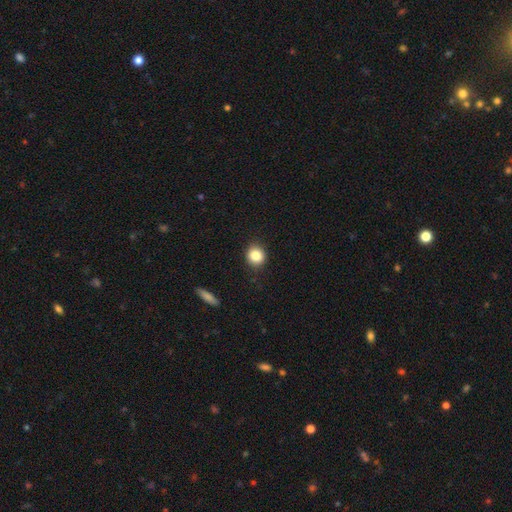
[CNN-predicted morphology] A smooth galaxy with no disk features (84%) that is round (80%).

Vote fractions:
- Smooth or featured? smooth: 84% / star or artifact: 10% / featured or disk: 6%
- How rounded? round: 80% / in between: 19% / cigar-shaped: 1%
- Merging? none: 89% / minor disturbance: 8% / major disturbance: 2% / merger: 1%